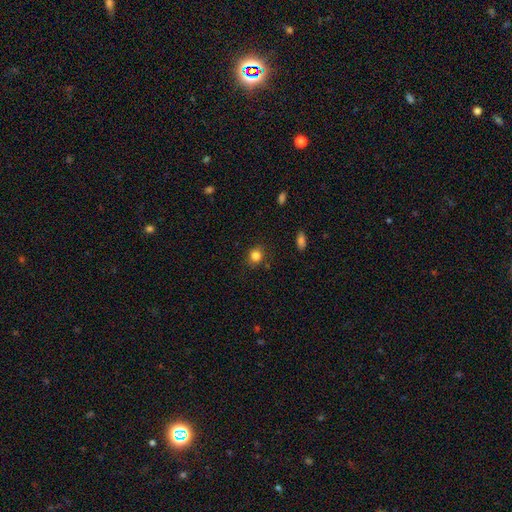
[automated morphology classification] smooth_or_featured: smooth (p=0.84) [alt: star or artifact p=0.11]
how_rounded: round (p=0.79) [alt: in between p=0.20]
merging: none (p=0.85) [alt: minor disturbance p=0.11]